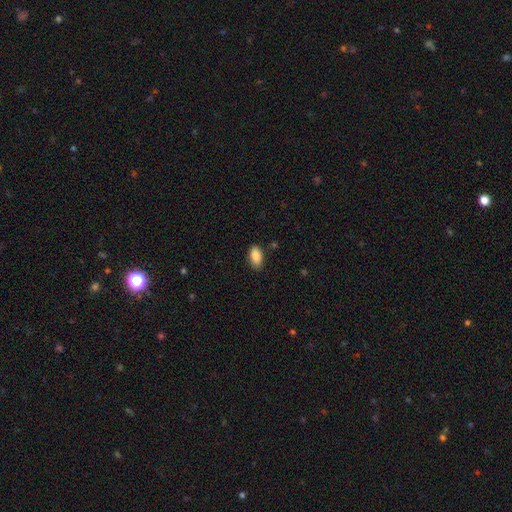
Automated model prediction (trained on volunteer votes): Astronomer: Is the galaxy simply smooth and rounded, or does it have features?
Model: smooth — 87%.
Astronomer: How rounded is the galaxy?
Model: in between — 93%.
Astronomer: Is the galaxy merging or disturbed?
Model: none — 85%.